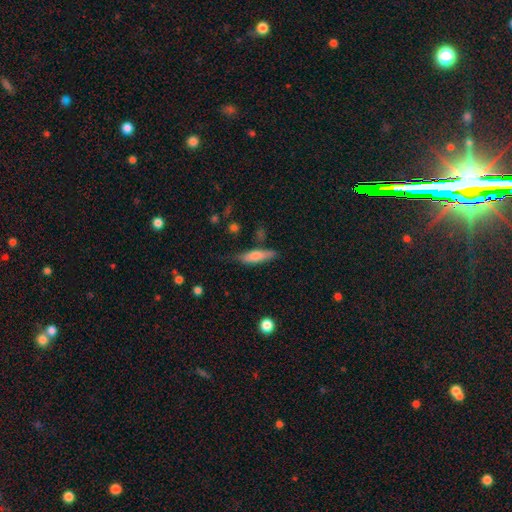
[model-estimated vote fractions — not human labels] Q: Smooth or featured?
A: smooth (69%); runner-up: featured or disk (25%)
Q: How rounded?
A: cigar-shaped (65%); runner-up: in between (33%)
Q: Merging?
A: none (67%); runner-up: minor disturbance (23%)